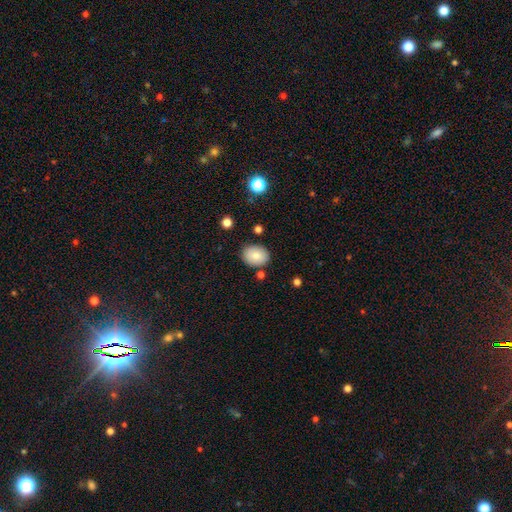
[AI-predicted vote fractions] smooth-or-featured: smooth: 82% | featured or disk: 9% | star or artifact: 9%
  how-rounded: in between: 58% | round: 41% | cigar-shaped: 1%
  merging: none: 83% | minor disturbance: 11% | merger: 3% | major disturbance: 3%